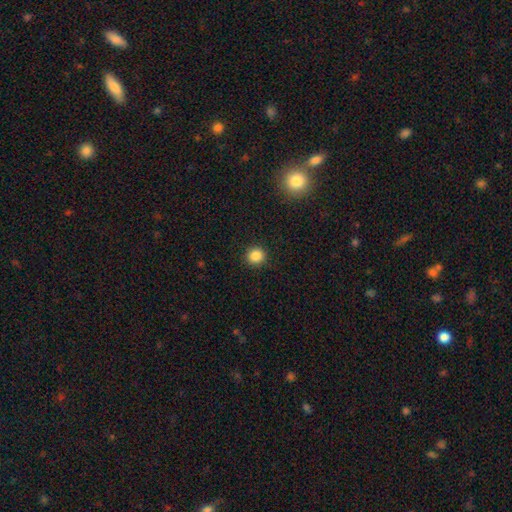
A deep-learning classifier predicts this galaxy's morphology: This is clearly a smooth galaxy (86%). How rounded: clearly round (91%). Merging: clearly none (92%).